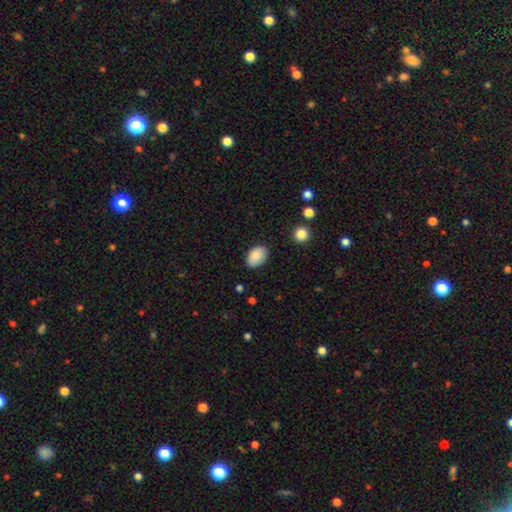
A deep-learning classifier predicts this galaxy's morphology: Smooth or featured? smooth (86%)
How rounded? in between (84%)
Merging? none (80%)